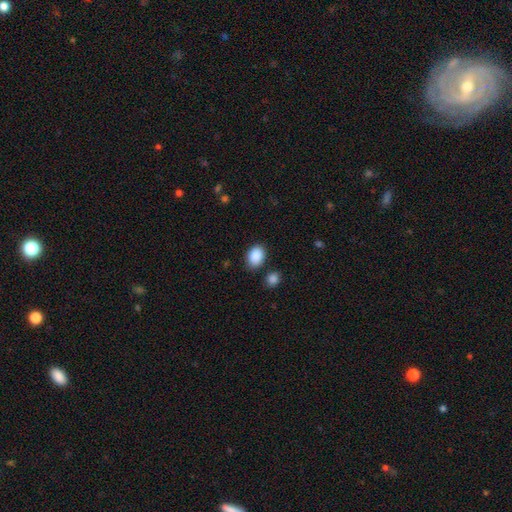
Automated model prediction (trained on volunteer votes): Morphology: type=smooth (89%); roundness=in between (72%); merging=none (80%).